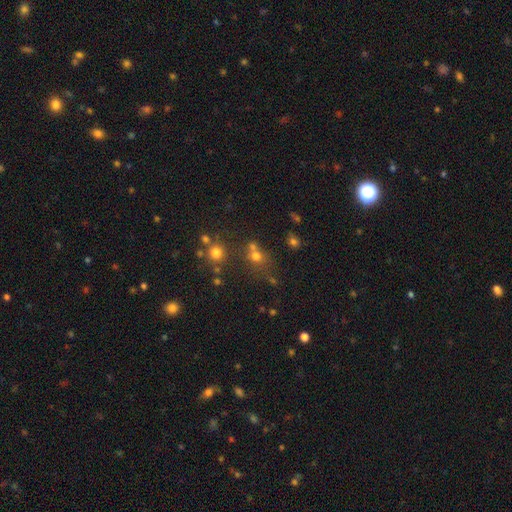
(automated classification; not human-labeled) Smooth or featured? Predicted: smooth (p=0.67). How rounded? Predicted: round (p=0.78). Merging? Predicted: none (p=0.54).